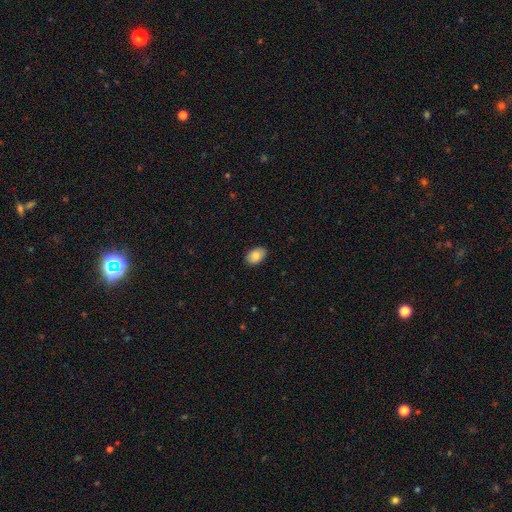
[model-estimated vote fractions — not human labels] smooth-or-featured: smooth: 85% | featured or disk: 8% | star or artifact: 7%
  how-rounded: in between: 89% | round: 10% | cigar-shaped: 1%
  merging: none: 89% | minor disturbance: 8% | major disturbance: 2% | merger: 1%